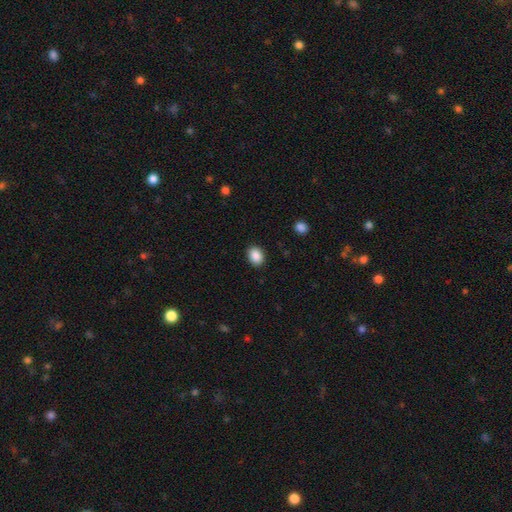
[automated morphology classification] The model was most divided on "how rounded": in between: 63%, round: 36%, cigar-shaped: 1%. More confident: merging — none (89%); smooth or featured — smooth (89%).